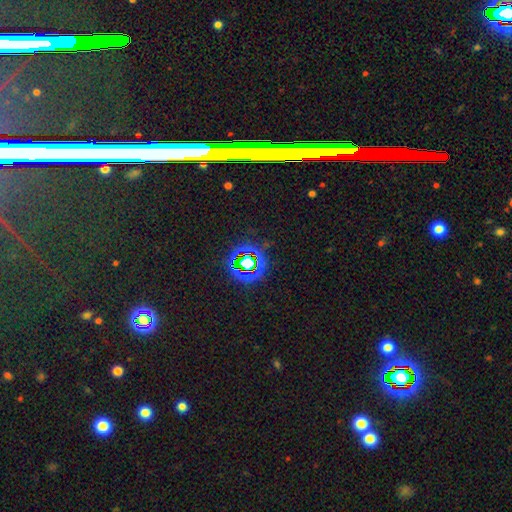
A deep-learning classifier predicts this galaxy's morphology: This appears to be a star or artifact, not a galaxy (74%).